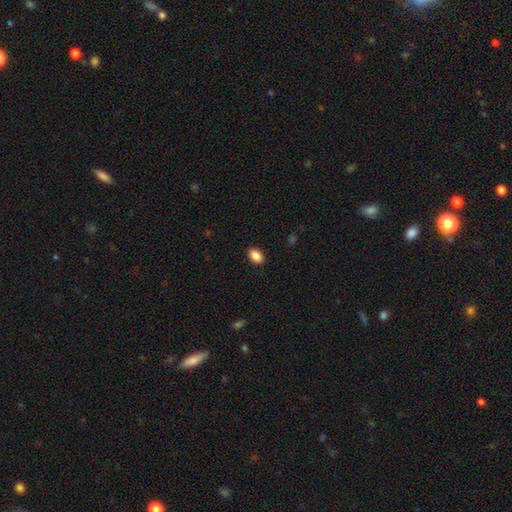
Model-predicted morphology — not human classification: smooth-or-featured: smooth: 89% | star or artifact: 8% | featured or disk: 4%
  how-rounded: in between: 88% | round: 11% | cigar-shaped: 1%
  merging: none: 90% | minor disturbance: 8% | major disturbance: 2% | merger: 1%